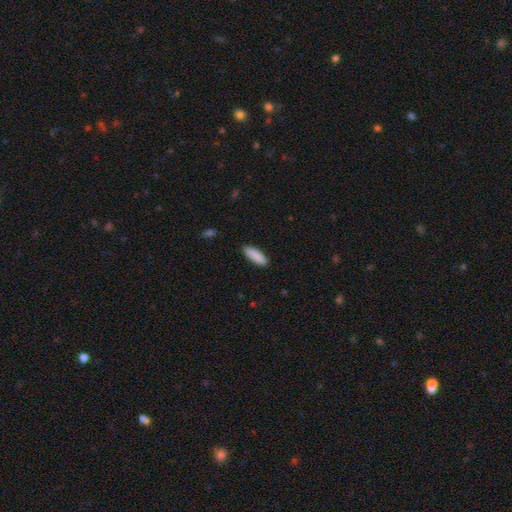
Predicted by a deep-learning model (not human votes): smooth 89%, star or artifact 6%, featured or disk 5%. Down the decision tree: how rounded — cigar-shaped (51%); merging — none (88%).